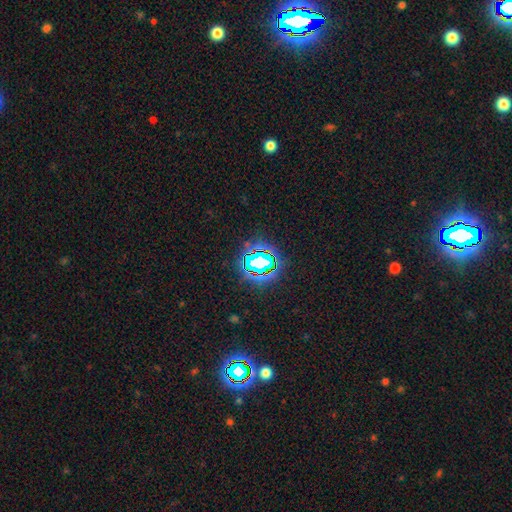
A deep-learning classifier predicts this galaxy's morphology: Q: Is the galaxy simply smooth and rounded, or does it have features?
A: star or artifact — 83%.